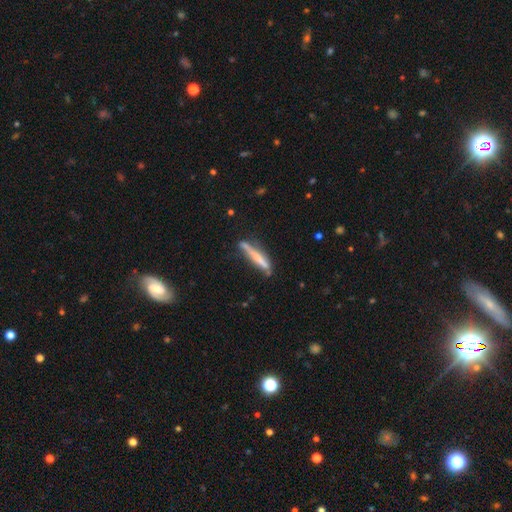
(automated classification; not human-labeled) A smooth galaxy with no disk features (52%) that is cigar-shaped (94%). Merging: none (69%).